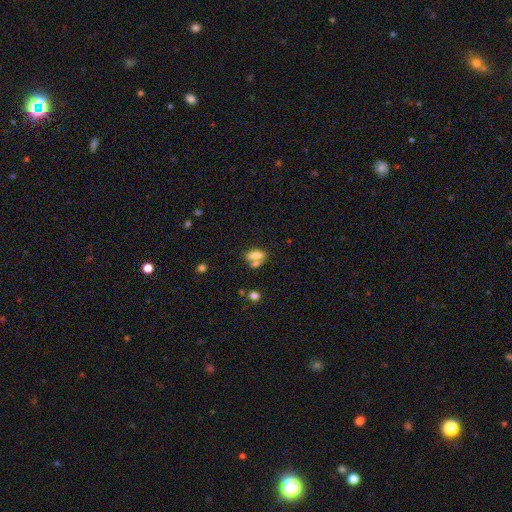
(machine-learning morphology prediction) smooth 73%, featured or disk 16%, star or artifact 12%. Down the decision tree: how rounded — in between (74%); merging — none (45%).